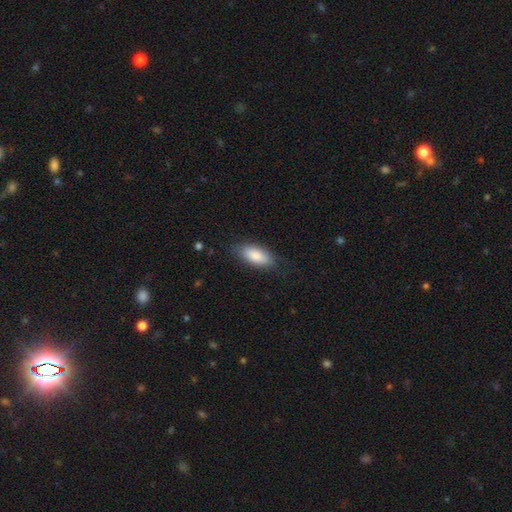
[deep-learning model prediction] A smooth galaxy with no disk features (83%) that is in between round and cigar-shaped (87%).

Vote fractions:
- Smooth or featured? smooth: 83% / featured or disk: 11% / star or artifact: 6%
- How rounded? in between: 87% / cigar-shaped: 10% / round: 3%
- Merging? none: 77% / minor disturbance: 17% / major disturbance: 4% / merger: 1%